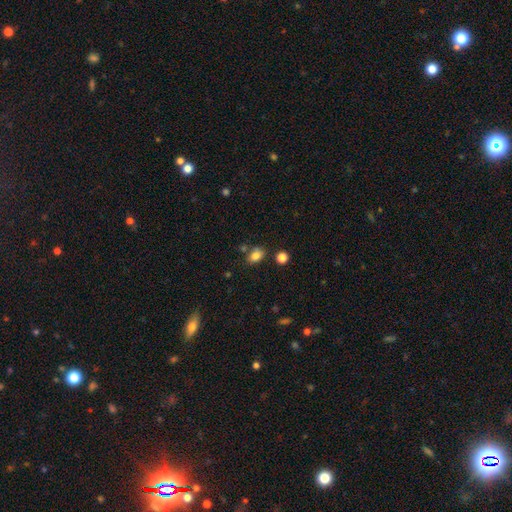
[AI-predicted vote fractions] smooth 82%, star or artifact 11%, featured or disk 7%. Down the decision tree: how rounded — in between (76%); merging — none (71%).